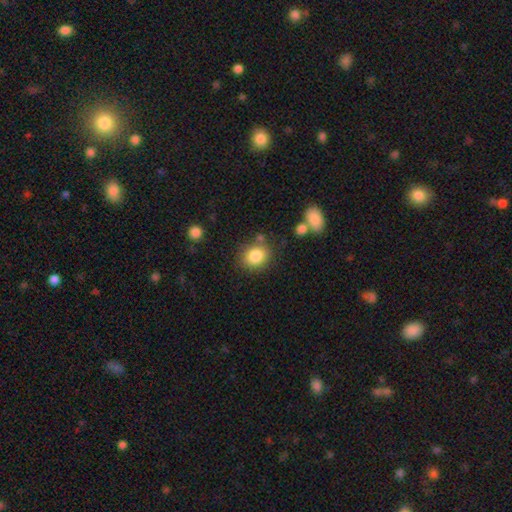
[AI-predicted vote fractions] smooth 85%, star or artifact 9%, featured or disk 7%. Down the decision tree: how rounded — round (63%); merging — none (76%).